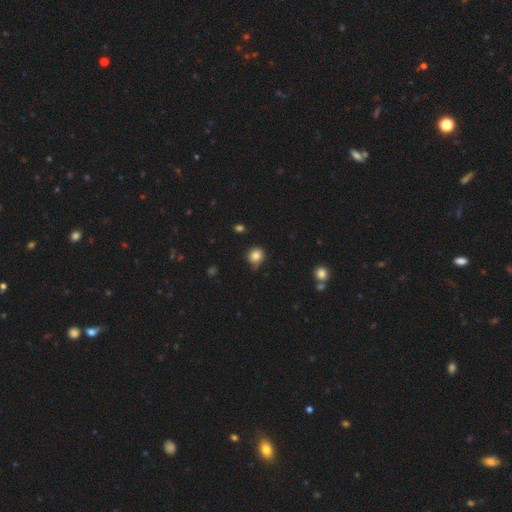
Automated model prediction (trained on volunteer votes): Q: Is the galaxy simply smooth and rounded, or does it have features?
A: smooth — 82%.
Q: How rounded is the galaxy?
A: round — 85%.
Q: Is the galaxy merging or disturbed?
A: none — 68%.